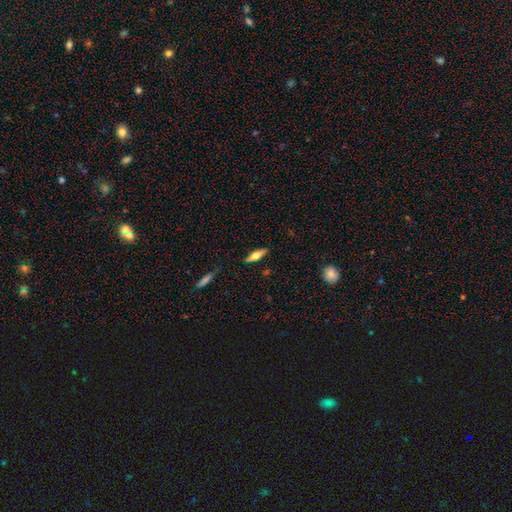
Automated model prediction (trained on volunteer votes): Overall: smooth (49%; featured or disk 45%). Merging: none (85%).